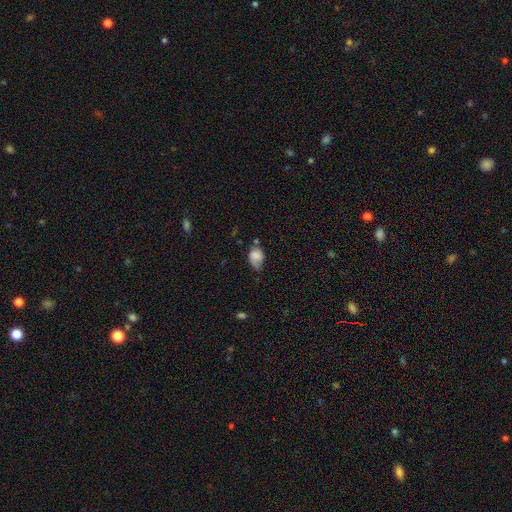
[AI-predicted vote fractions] Morphology: type=smooth (77%); roundness=in between (69%); merging=minor disturbance (43%).